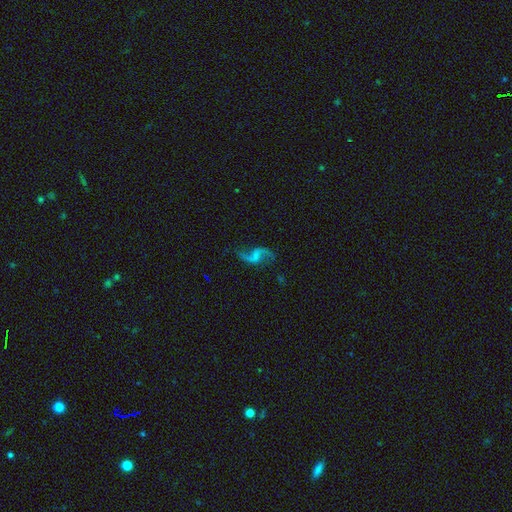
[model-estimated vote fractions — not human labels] This is clearly a featured or disk galaxy (88%). It is clearly not viewed edge-on (98%). Bar: marginally weak (44%). Spiral arm pattern: clearly yes (96%). Spiral arm count: clearly 2 (93%). Spiral winding: clearly loose (88%). Central bulge: likely none (65%). Merging: likely none (76%).